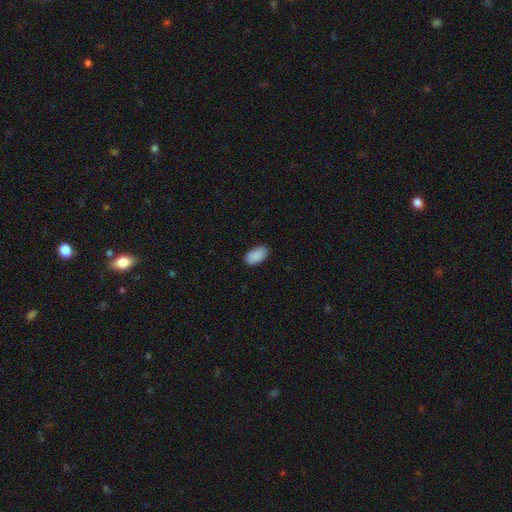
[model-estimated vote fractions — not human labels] smooth 89%, star or artifact 7%, featured or disk 4%. Down the decision tree: how rounded — in between (94%); merging — none (83%).